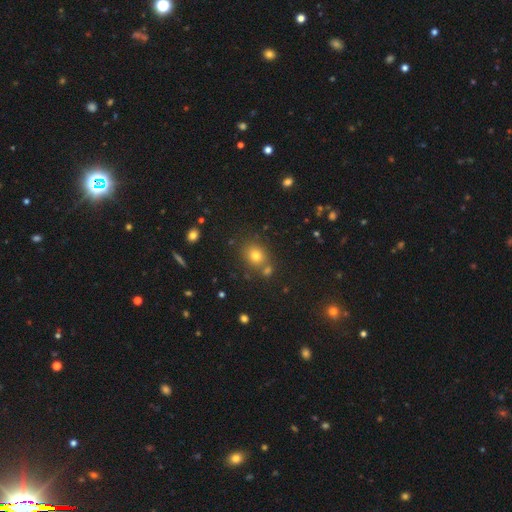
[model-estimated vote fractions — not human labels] Smooth or featured? smooth (75%)
How rounded? round (69%)
Merging? none (72%)